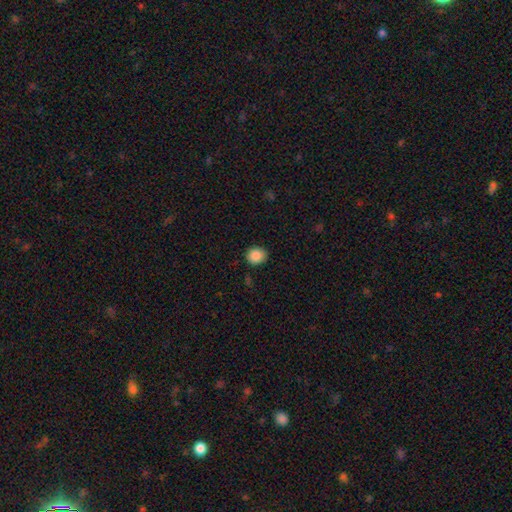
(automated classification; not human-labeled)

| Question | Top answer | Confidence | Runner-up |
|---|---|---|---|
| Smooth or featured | smooth | 88% | star or artifact (9%) |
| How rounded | round | 76% | in between (23%) |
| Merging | none | 85% | minor disturbance (11%) |